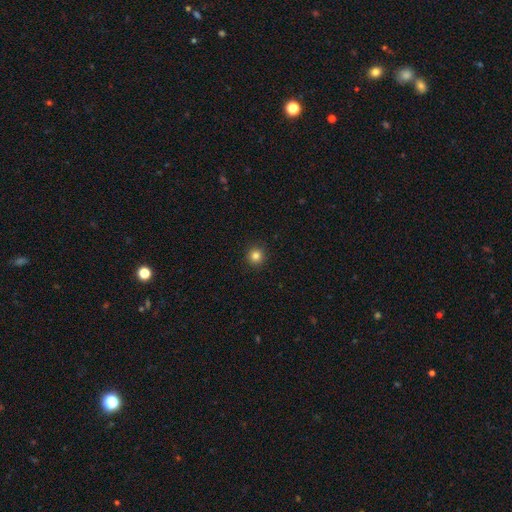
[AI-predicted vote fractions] This is clearly a smooth galaxy (83%). How rounded: clearly round (95%). Merging: clearly none (93%).